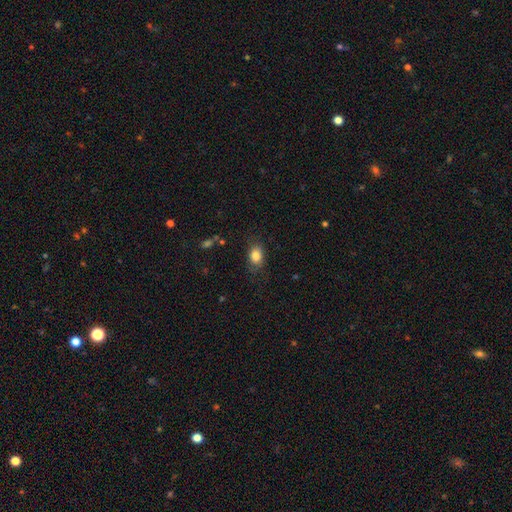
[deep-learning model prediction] Smooth or featured? smooth (84%)
How rounded? in between (69%)
Merging? none (79%)